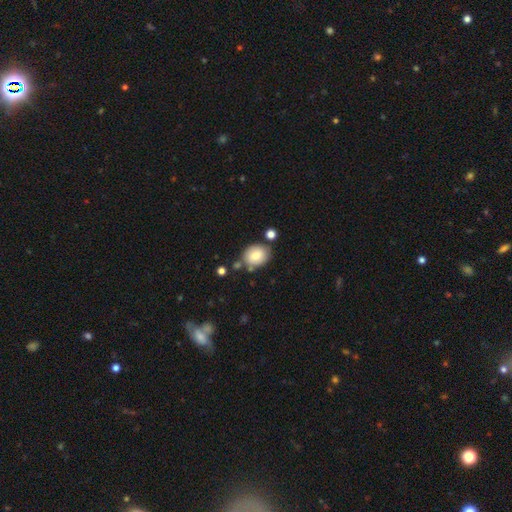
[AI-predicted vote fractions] This is likely a smooth galaxy (79%). How rounded: possibly round (56%). Merging: likely none (71%).